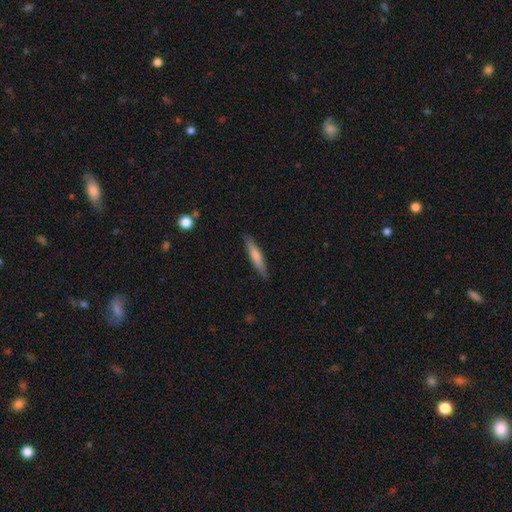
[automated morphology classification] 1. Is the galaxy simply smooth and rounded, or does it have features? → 71% smooth, 24% featured or disk, 6% star or artifact.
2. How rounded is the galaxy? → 89% cigar-shaped, 10% in between, 1% round.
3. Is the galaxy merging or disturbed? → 87% none, 10% minor disturbance, 2% major disturbance, 1% merger.